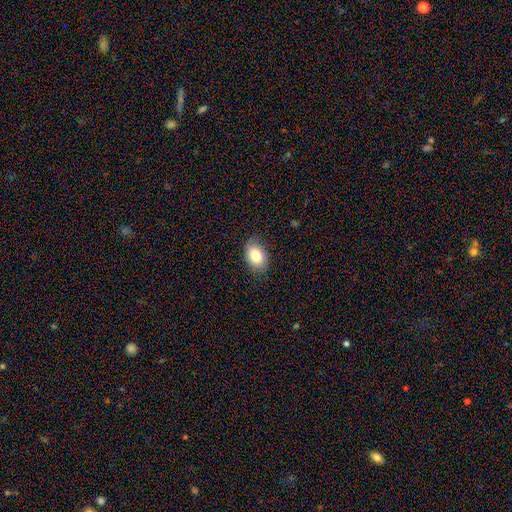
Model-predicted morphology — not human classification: The model was most divided on "merging": none: 80%, minor disturbance: 15%, major disturbance: 3%, merger: 1%. More confident: how rounded — in between (84%); smooth or featured — smooth (82%).